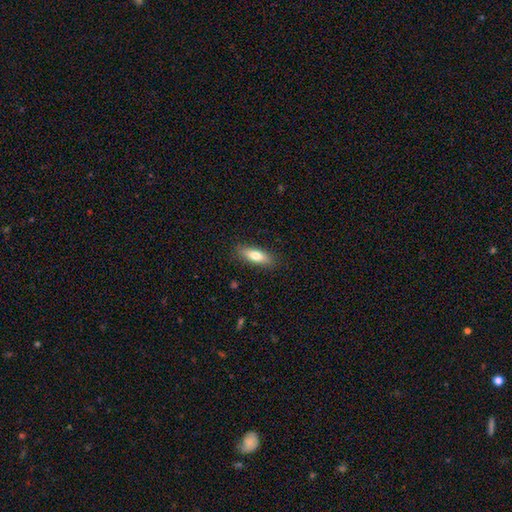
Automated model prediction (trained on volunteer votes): smooth-or-featured: smooth: 76% | featured or disk: 17% | star or artifact: 6%
  how-rounded: in between: 59% | cigar-shaped: 39% | round: 2%
  merging: none: 87% | minor disturbance: 10% | major disturbance: 2% | merger: 1%